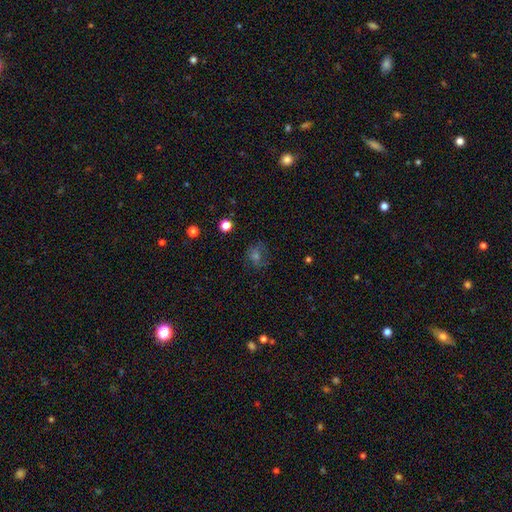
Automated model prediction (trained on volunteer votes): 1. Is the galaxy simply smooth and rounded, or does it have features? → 45% smooth, 31% star or artifact, 24% featured or disk.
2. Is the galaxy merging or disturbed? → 68% none, 18% minor disturbance, 12% major disturbance, 2% merger.